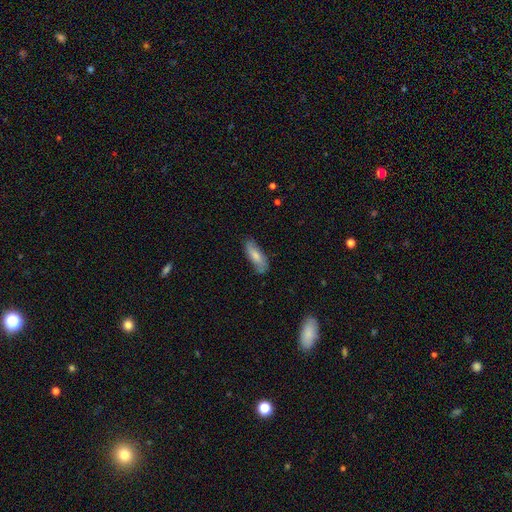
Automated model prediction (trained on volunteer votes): Smooth or featured? smooth (71%)
How rounded? in between (59%)
Merging? none (70%)